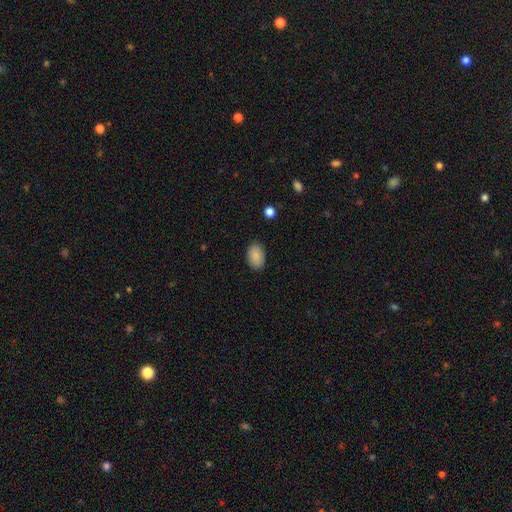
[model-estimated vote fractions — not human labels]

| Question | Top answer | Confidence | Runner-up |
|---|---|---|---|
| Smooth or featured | smooth | 89% | star or artifact (7%) |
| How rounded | in between | 89% | round (10%) |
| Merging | none | 87% | minor disturbance (10%) |